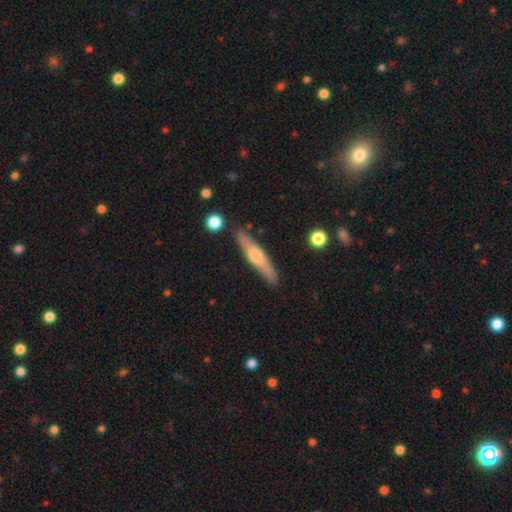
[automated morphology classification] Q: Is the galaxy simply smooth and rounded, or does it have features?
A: featured or disk — 56%.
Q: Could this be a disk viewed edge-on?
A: yes — 93%.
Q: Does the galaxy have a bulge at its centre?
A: rounded — 88%.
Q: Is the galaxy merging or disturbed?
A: none — 86%.